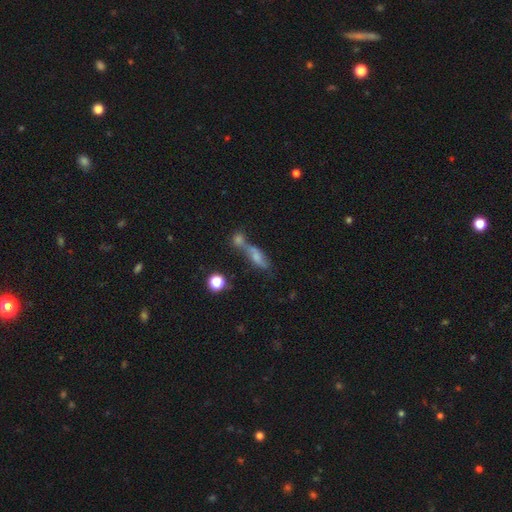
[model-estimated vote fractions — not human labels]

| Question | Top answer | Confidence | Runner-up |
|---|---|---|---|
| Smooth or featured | smooth | 48% | featured or disk (34%) |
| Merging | merger | 48% | none (31%) |